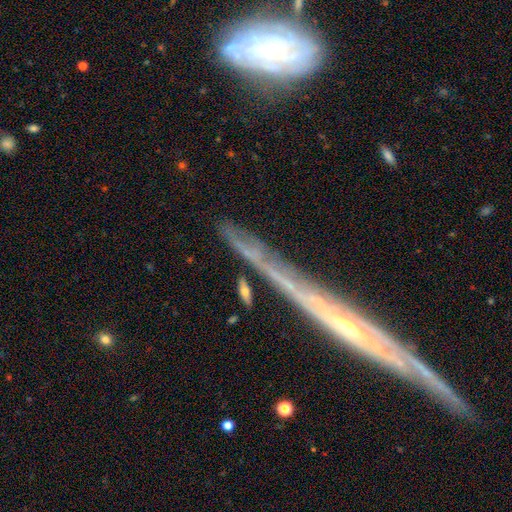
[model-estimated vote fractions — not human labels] Overall: featured or disk (75%). Edge-on disk: yes (84%). Edge-on bulge: none (57%; rounded 36%). Merging: none (70%).